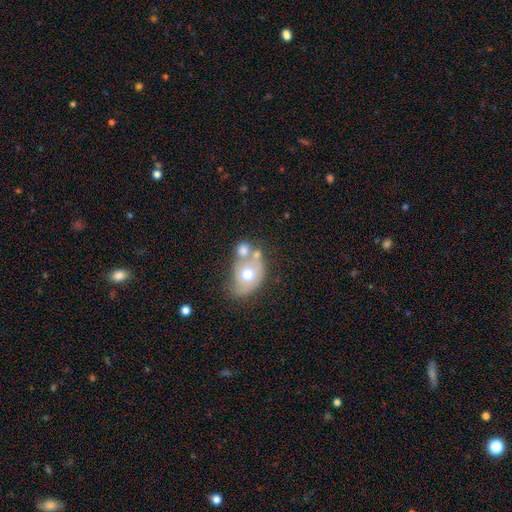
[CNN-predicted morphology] smooth_or_featured: smooth (p=0.51) [alt: featured or disk p=0.38]
how_rounded: in between (p=0.63) [alt: round p=0.35]
merging: merger (p=0.44) [alt: none p=0.31]